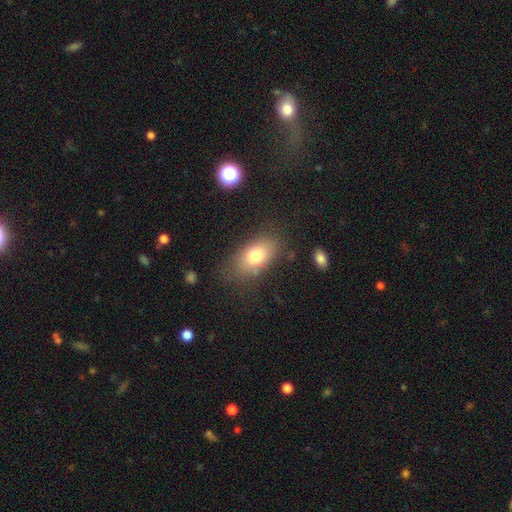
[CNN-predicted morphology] This is likely a smooth galaxy (77%). How rounded: clearly in between (88%). Merging: likely none (74%).